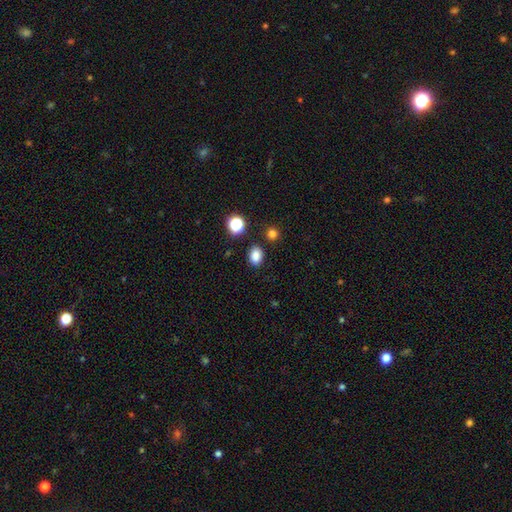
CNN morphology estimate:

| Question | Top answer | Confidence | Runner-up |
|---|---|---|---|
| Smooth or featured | smooth | 83% | star or artifact (13%) |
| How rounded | in between | 65% | round (34%) |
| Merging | none | 84% | minor disturbance (9%) |